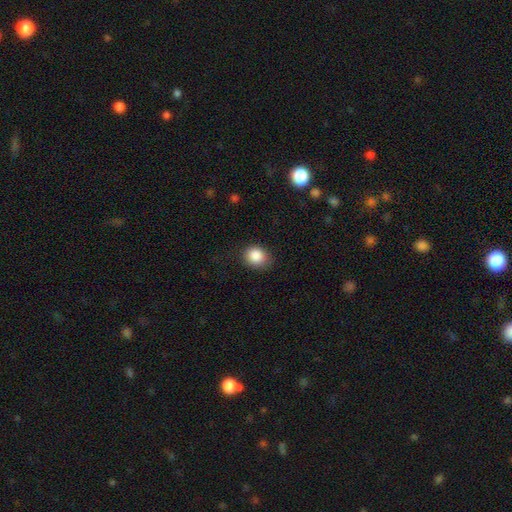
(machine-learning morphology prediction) type=smooth (87%); roundness=round (66%); merging=none (78%).